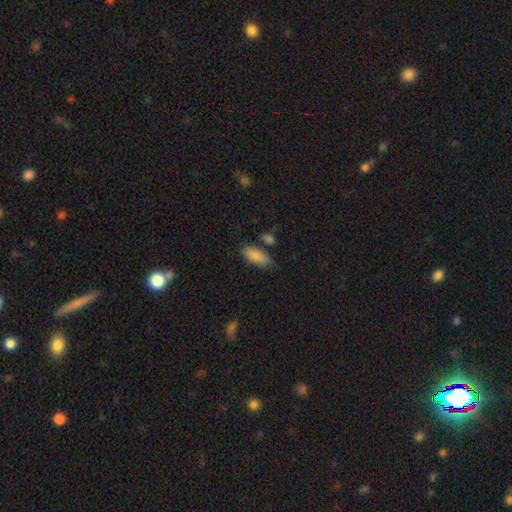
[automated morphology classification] A smooth galaxy with no disk features (87%) that is in between round and cigar-shaped (88%).

Vote fractions:
- Smooth or featured? smooth: 87% / star or artifact: 7% / featured or disk: 6%
- How rounded? in between: 88% / cigar-shaped: 9% / round: 3%
- Merging? none: 69% / minor disturbance: 17% / merger: 9% / major disturbance: 5%